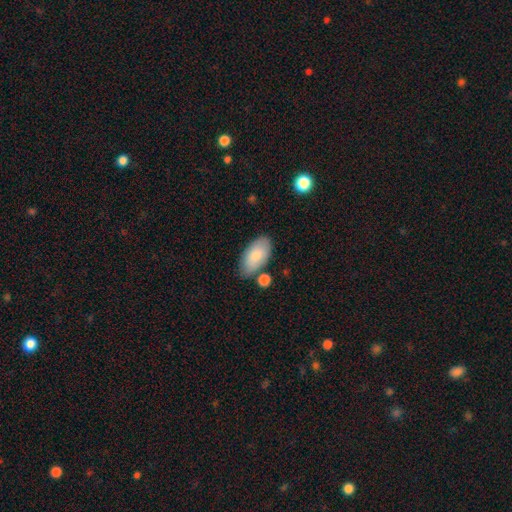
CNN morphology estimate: This appears to be a smooth galaxy with no disk features (80%) that is in between round and cigar-shaped (95%). Merging: none (72%).